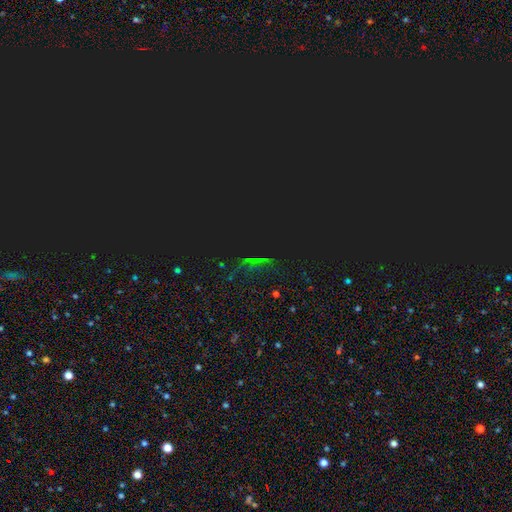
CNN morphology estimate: Smooth or featured? star or artifact (81%)